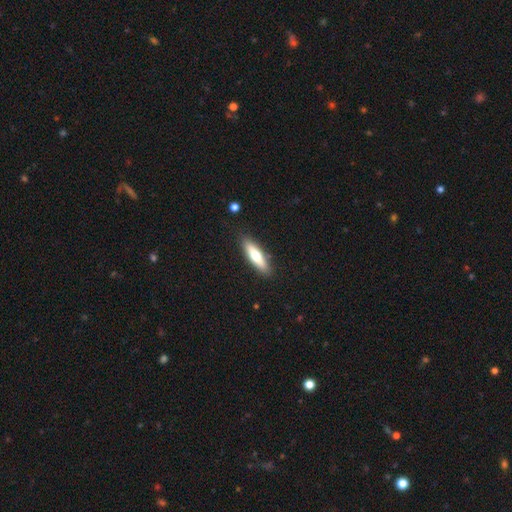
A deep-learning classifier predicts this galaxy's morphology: Overall: smooth (64%; featured or disk 31%). How rounded: cigar-shaped (63%; in between 35%). Merging: none (87%).